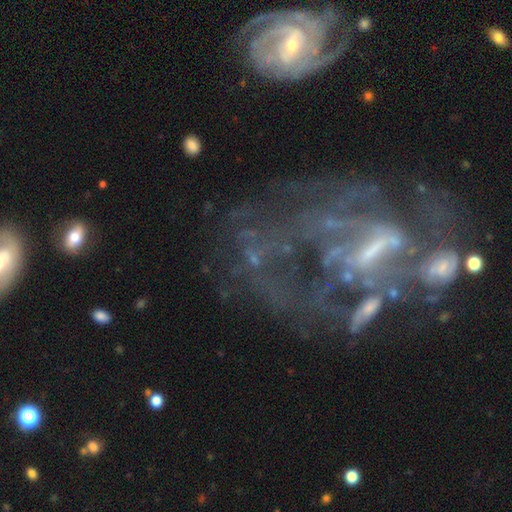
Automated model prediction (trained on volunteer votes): A featured or disk galaxy (75%) with a weak bar (36%), spiral arms (59%) and a small central bulge (37%, tied with none). Merging: major disturbance (37%).